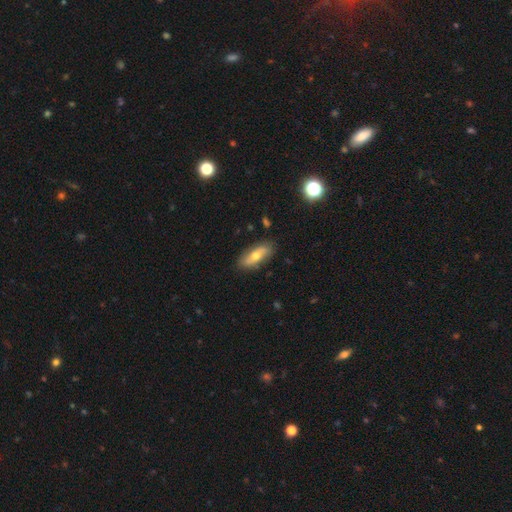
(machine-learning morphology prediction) Smooth or featured? Predicted: smooth (p=0.57). How rounded? Predicted: in between (p=0.74). Merging? Predicted: none (p=0.84).